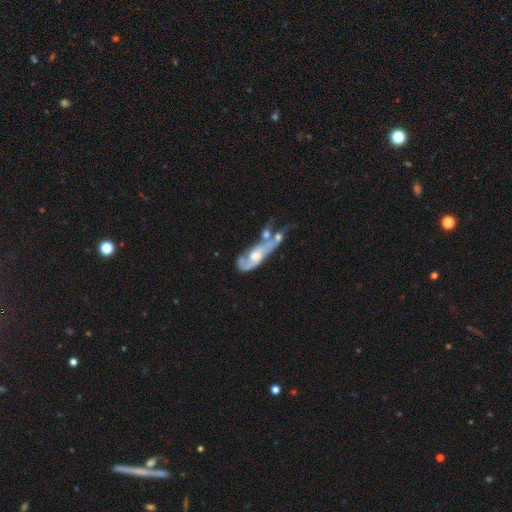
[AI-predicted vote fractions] A featured or disk galaxy (69%) with no bar (71%), spiral arms (66%) and a moderate central bulge (60%).

Vote fractions:
- Smooth or featured? featured or disk: 69% / smooth: 25% / star or artifact: 7%
- Edge-on disk? no: 81% / yes: 19%
- Bar? no: 71% / weak: 22% / strong: 6%
- Spiral arms? yes: 66% / no: 34%
- Bulge size? moderate: 60% / small: 18% / large: 14% / none: 7% / dominant: 2%
- Merging? merger: 48% / major disturbance: 25% / none: 15% / minor disturbance: 12%